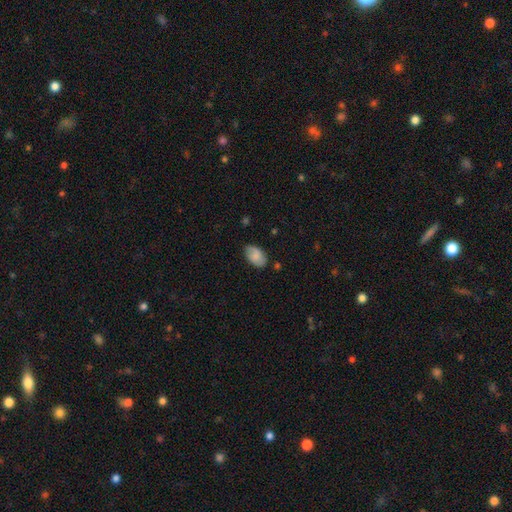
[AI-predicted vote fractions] Smooth or featured?
  - smooth: 80% *
  - featured or disk: 13%
  - star or artifact: 7%
How rounded?
  - in between: 93% *
  - round: 6%
  - cigar-shaped: 1%
Merging?
  - none: 76% *
  - minor disturbance: 18%
  - major disturbance: 3%
  - merger: 2%